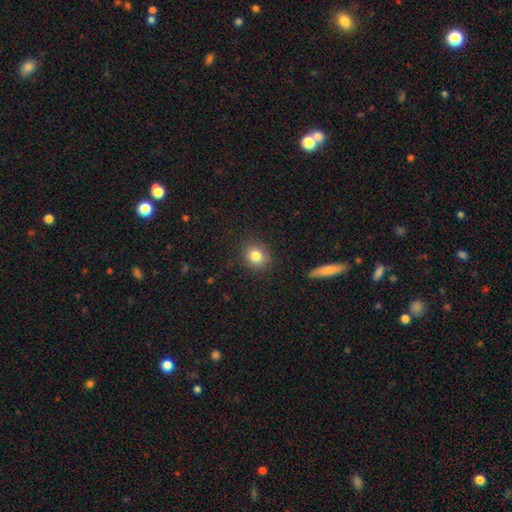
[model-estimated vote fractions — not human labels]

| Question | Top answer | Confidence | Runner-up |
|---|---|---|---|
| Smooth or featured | smooth | 82% | star or artifact (11%) |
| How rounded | round | 78% | in between (21%) |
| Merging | none | 88% | minor disturbance (8%) |